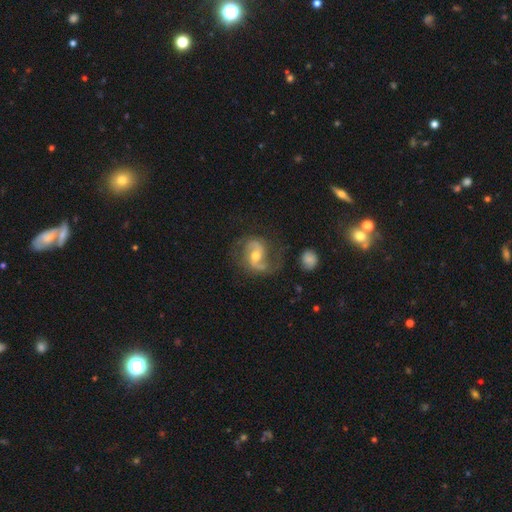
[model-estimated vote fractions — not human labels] Smooth or featured?
  - featured or disk: 88% *
  - smooth: 7%
  - star or artifact: 5%
Edge-on disk?
  - no: 98% *
  - yes: 2%
Bar?
  - weak: 42% *
  - no: 37%
  - strong: 21%
Spiral arms?
  - yes: 96% *
  - no: 4%
Spiral winding?
  - medium: 49% *
  - loose: 37%
  - tight: 13%
Spiral arm count?
  - 2: 89% *
  - 1: 5%
  - can't tell: 3%
  - 3: 1%
  - 4: 1%
  - more than 4: 1%
Bulge size?
  - moderate: 67% *
  - small: 27%
  - large: 4%
  - none: 1%
  - dominant: 1%
Merging?
  - none: 68% *
  - minor disturbance: 18%
  - major disturbance: 11%
  - merger: 2%